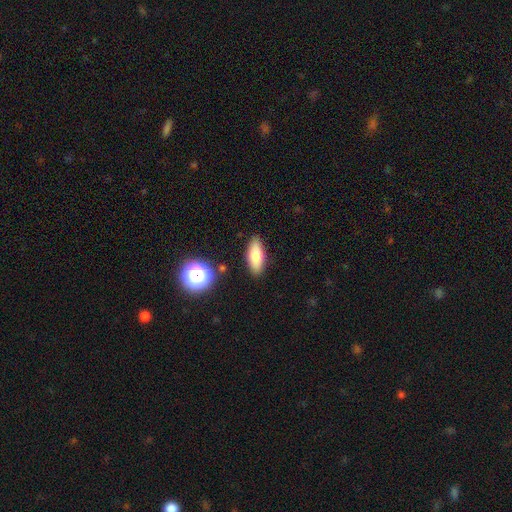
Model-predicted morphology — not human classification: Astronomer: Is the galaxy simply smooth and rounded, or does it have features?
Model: smooth — 75%.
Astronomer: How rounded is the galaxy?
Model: in between — 76%.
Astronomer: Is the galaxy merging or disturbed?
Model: none — 86%.